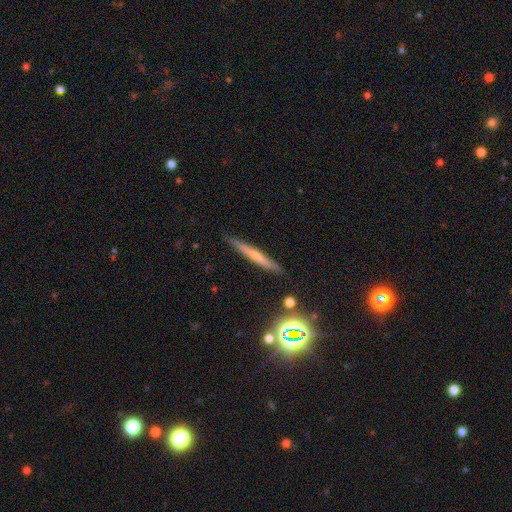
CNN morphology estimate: smooth_or_featured: smooth (p=0.46) [alt: featured or disk p=0.44]
merging: none (p=0.87) [alt: minor disturbance p=0.09]